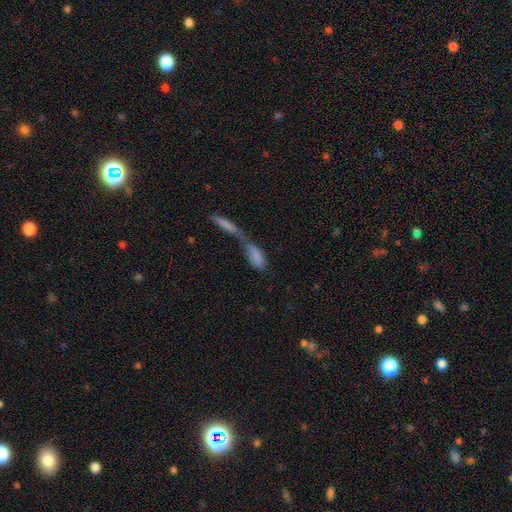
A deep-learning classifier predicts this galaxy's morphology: A smooth galaxy with no disk features (76%) that is in between round and cigar-shaped (65%).

Vote fractions:
- Smooth or featured? smooth: 76% / featured or disk: 16% / star or artifact: 8%
- How rounded? in between: 65% / cigar-shaped: 32% / round: 4%
- Merging? merger: 74% / none: 13% / major disturbance: 8% / minor disturbance: 6%